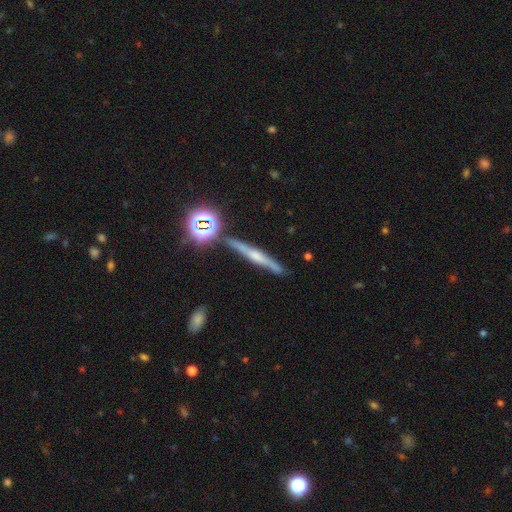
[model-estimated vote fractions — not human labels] A featured or disk galaxy (60%) viewed edge-on (95%) with a rounded central bulge (70%). Merging: none (85%).